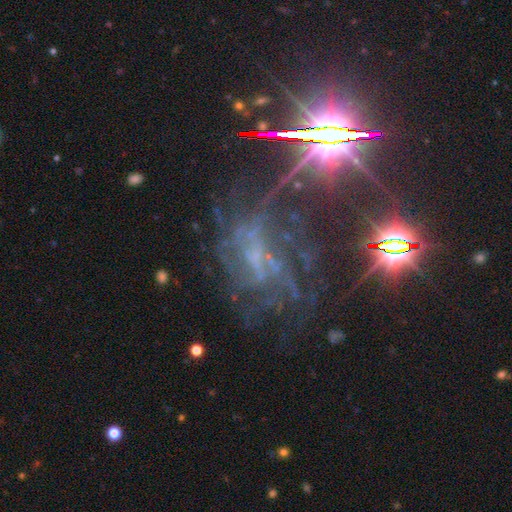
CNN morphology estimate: Smooth or featured?
  - featured or disk: 50% *
  - star or artifact: 41%
  - smooth: 9%
Merging?
  - none: 45% *
  - major disturbance: 34%
  - minor disturbance: 16%
  - merger: 5%